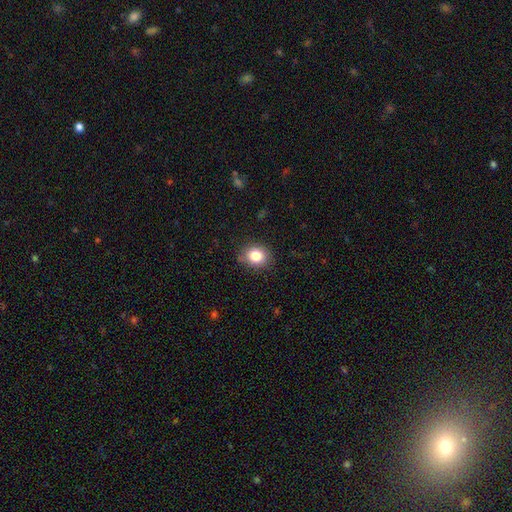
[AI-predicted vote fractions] Smooth or featured: smooth — 82% (star or artifact — 10%)
How rounded: round — 66% (in between — 33%)
Merging: none — 85% (minor disturbance — 11%)